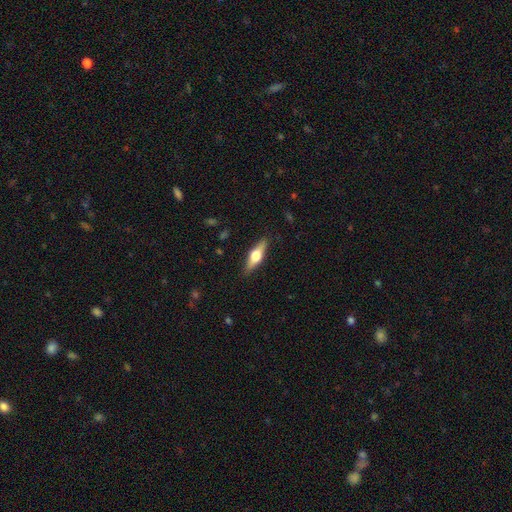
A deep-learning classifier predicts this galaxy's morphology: type=featured or disk (57%); edge-on=yes (94%); edge-on bulge=rounded (94%); merging=none (87%).